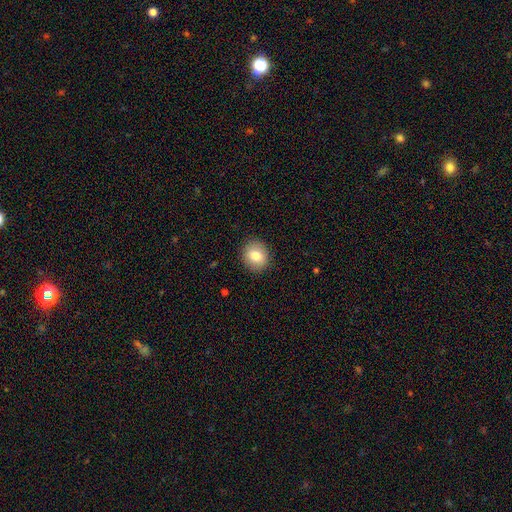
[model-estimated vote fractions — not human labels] This is clearly a smooth galaxy (81%). How rounded: likely round (76%). Merging: clearly none (90%).